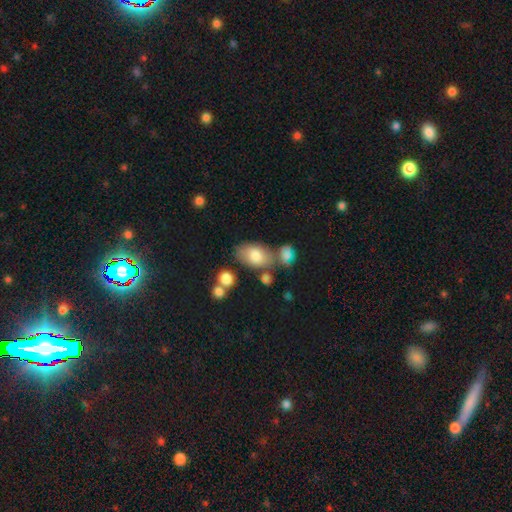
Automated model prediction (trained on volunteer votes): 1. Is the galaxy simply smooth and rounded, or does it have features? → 74% smooth, 18% featured or disk, 9% star or artifact.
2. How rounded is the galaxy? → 90% in between, 9% round, 2% cigar-shaped.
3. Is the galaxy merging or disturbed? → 58% none, 19% minor disturbance, 16% merger, 7% major disturbance.